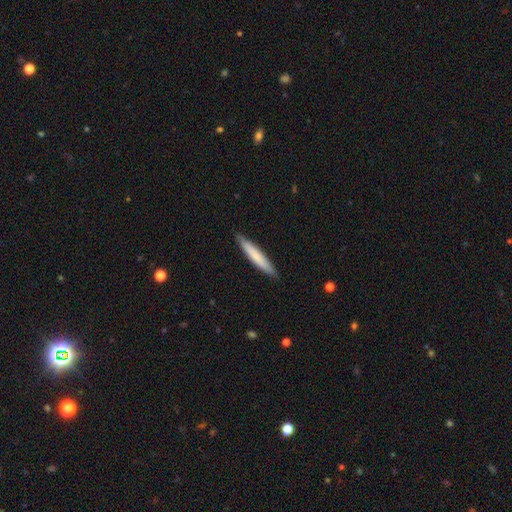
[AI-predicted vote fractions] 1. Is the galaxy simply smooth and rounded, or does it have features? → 71% smooth, 24% featured or disk, 5% star or artifact.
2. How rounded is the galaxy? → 94% cigar-shaped, 5% in between, 1% round.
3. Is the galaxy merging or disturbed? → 90% none, 8% minor disturbance, 1% major disturbance, 1% merger.